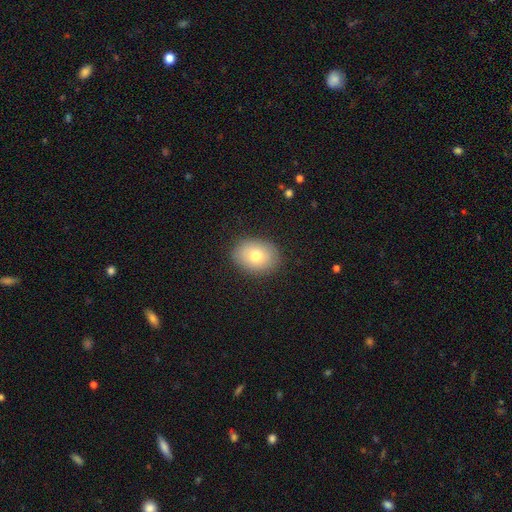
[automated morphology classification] Overall: smooth (76%). How rounded: in between (64%; round 35%). Merging: none (87%).